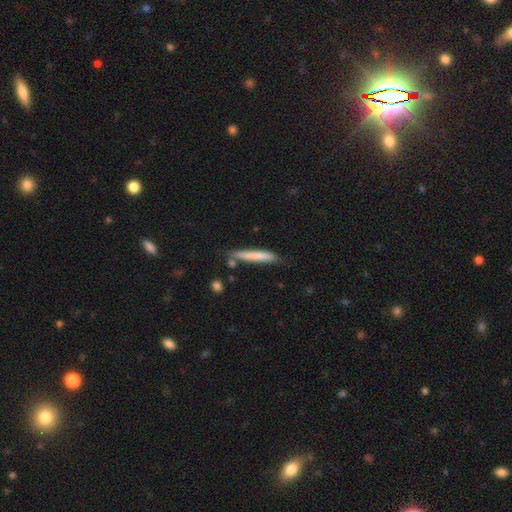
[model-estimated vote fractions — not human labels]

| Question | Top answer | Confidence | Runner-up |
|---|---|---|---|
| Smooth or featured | smooth | 74% | featured or disk (20%) |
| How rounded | cigar-shaped | 94% | in between (5%) |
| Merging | none | 73% | minor disturbance (18%) |